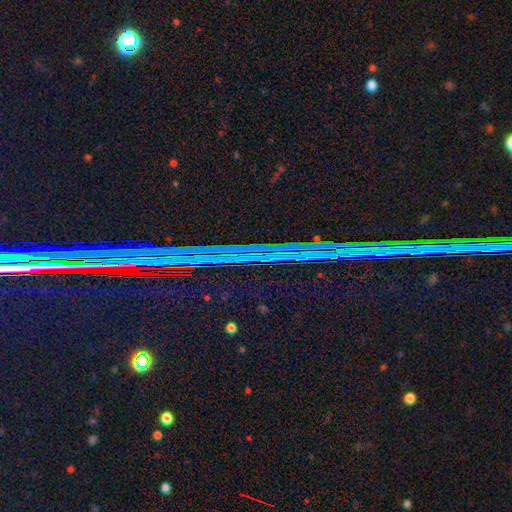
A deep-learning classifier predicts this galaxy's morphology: Q: Smooth or featured?
A: star or artifact (87%); runner-up: featured or disk (7%)